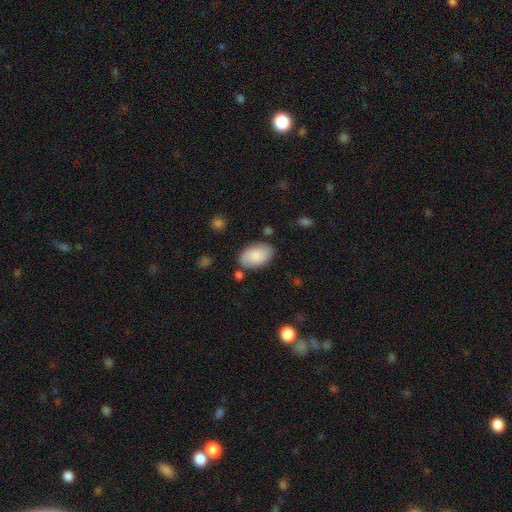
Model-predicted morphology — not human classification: Overall: smooth (86%). How rounded: in between (93%). Merging: none (78%).